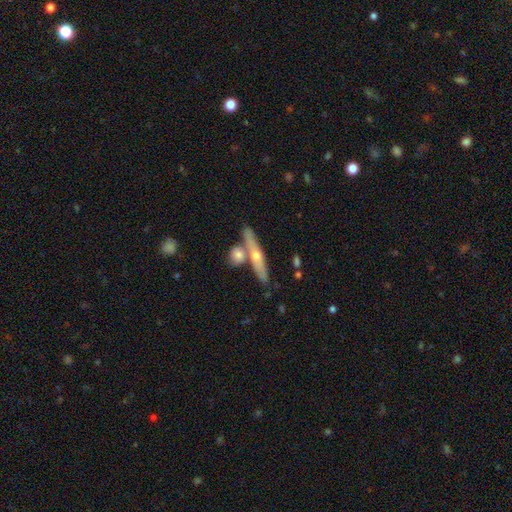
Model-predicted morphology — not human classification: Smooth or featured?
  - featured or disk: 56% *
  - smooth: 38%
  - star or artifact: 6%
Edge-on disk?
  - yes: 89% *
  - no: 11%
Merging?
  - none: 66% *
  - merger: 21%
  - minor disturbance: 10%
  - major disturbance: 3%